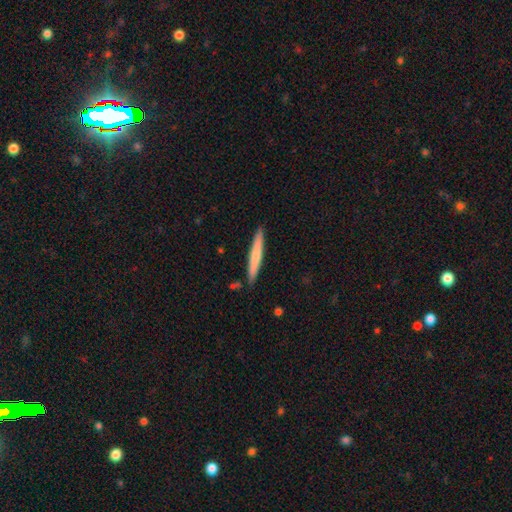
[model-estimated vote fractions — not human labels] This appears to be a smooth galaxy with no disk features (64%) that is cigar-shaped (95%). Merging: none (89%).